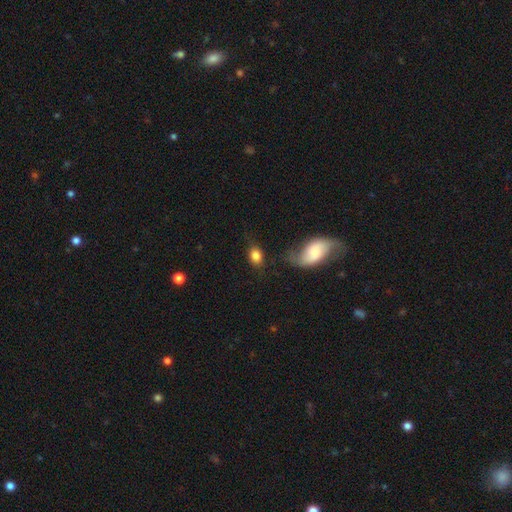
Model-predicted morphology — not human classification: This appears to be a smooth galaxy with no disk features (82%) that is in between round and cigar-shaped (72%). Merging: none (64%).